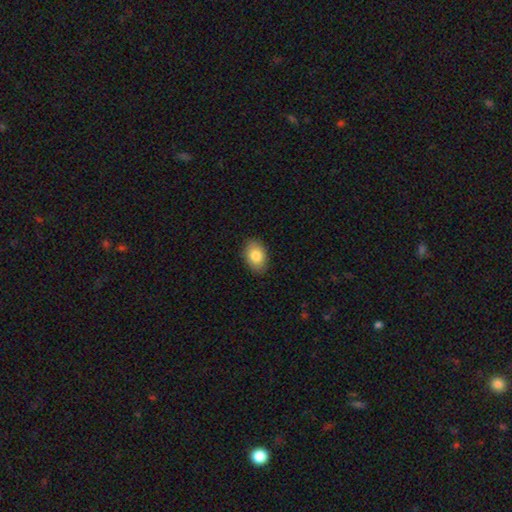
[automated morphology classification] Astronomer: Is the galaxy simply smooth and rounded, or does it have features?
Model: smooth — 84%.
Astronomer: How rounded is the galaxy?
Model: in between — 84%.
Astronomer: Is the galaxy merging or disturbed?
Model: none — 88%.